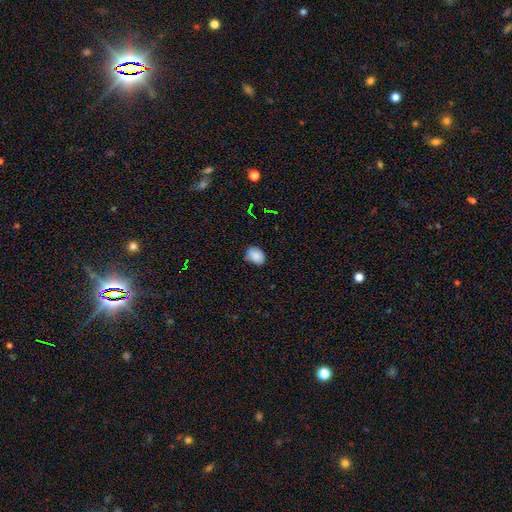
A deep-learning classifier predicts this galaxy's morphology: Smooth or featured?
  - smooth: 85% *
  - star or artifact: 10%
  - featured or disk: 5%
How rounded?
  - in between: 67% *
  - round: 32%
  - cigar-shaped: 1%
Merging?
  - none: 67% *
  - minor disturbance: 27%
  - major disturbance: 4%
  - merger: 2%